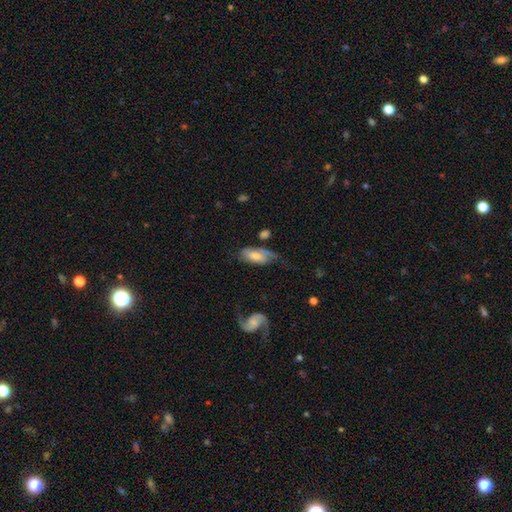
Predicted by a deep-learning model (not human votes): Q: Smooth or featured?
A: smooth (48%); runner-up: featured or disk (45%)
Q: Merging?
A: none (41%); runner-up: minor disturbance (29%)